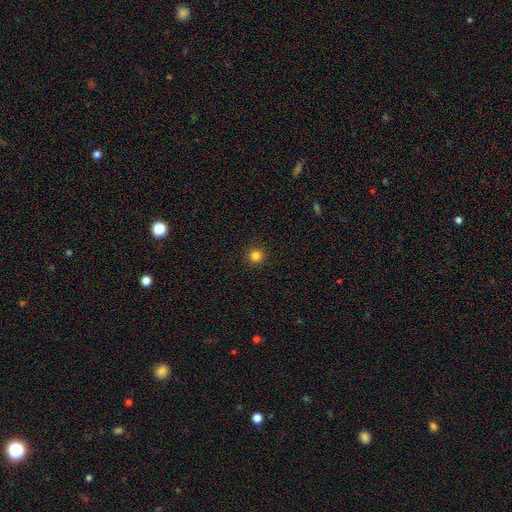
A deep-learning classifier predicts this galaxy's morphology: A smooth galaxy with no disk features (83%) that is round (96%). Merging: none (93%).